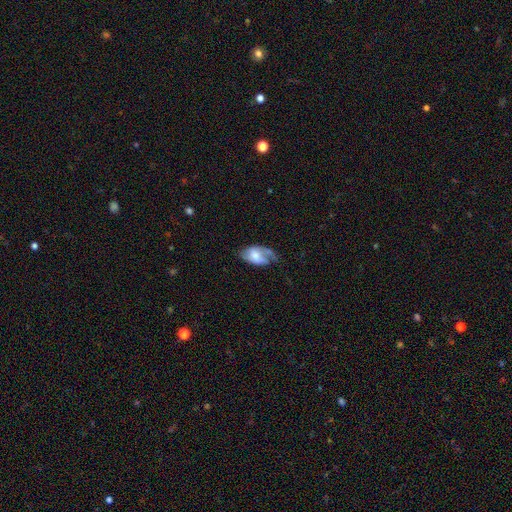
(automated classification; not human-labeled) smooth_or_featured: featured or disk (p=0.47) [alt: smooth p=0.46]
merging: none (p=0.34) [alt: minor disturbance p=0.32]